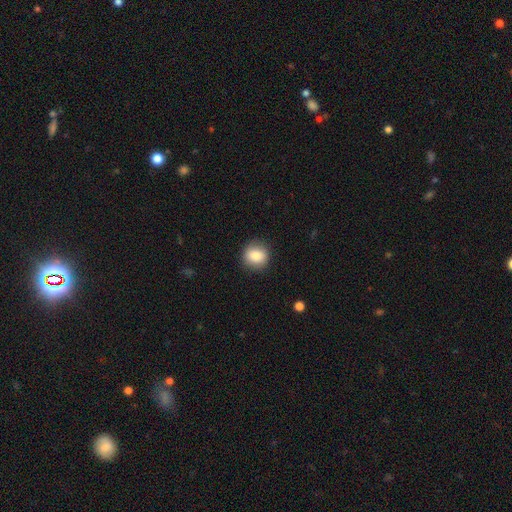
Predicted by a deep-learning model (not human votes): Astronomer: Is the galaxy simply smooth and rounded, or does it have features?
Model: smooth — 83%.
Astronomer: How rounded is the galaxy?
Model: round — 86%.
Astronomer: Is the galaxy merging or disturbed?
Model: none — 88%.